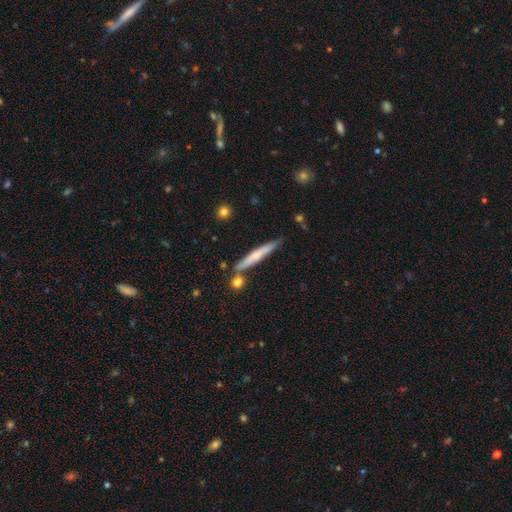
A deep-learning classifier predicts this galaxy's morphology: Overall: smooth (52%; featured or disk 41%). How rounded: cigar-shaped (95%). Merging: none (78%).